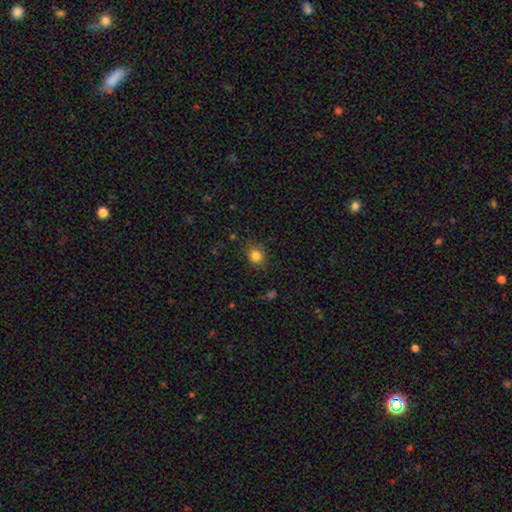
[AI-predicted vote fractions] Morphology: type=smooth (83%); roundness=round (68%); merging=none (83%).